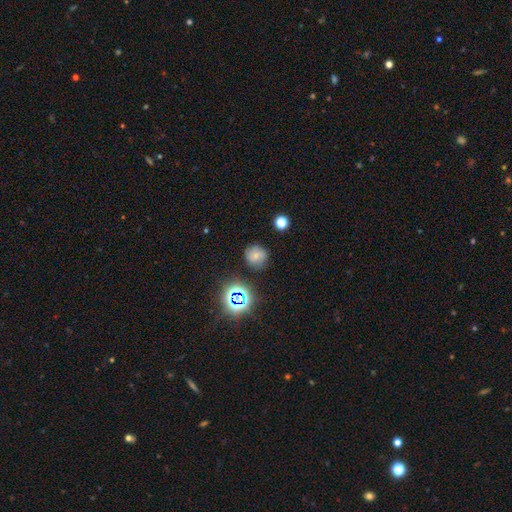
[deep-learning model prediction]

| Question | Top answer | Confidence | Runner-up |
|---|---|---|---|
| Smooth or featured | smooth | 53% | featured or disk (27%) |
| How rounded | round | 89% | in between (10%) |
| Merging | none | 80% | minor disturbance (14%) |